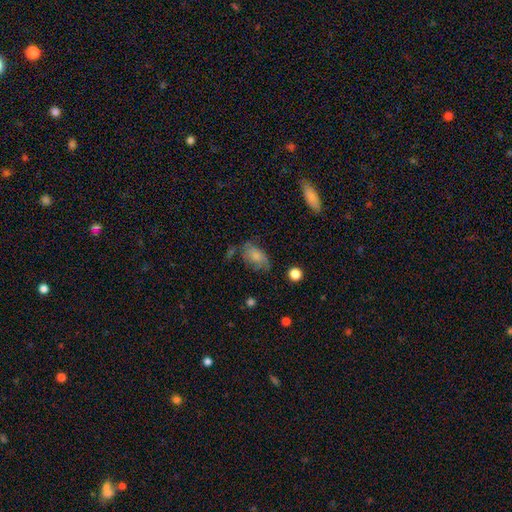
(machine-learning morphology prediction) This appears to be a smooth galaxy with no disk features (74%) that is in between round and cigar-shaped (90%). Merging: none (51%).